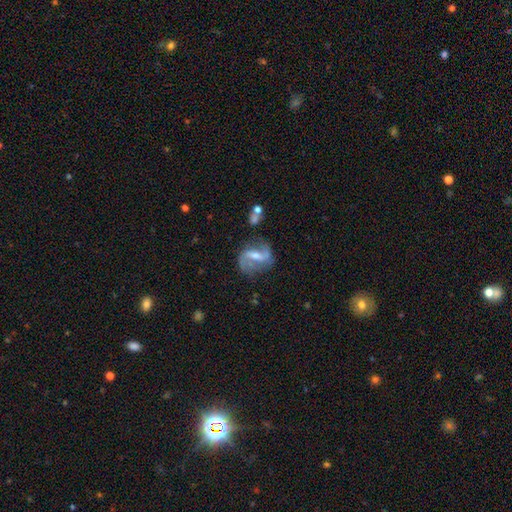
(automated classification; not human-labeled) Smooth or featured? Predicted: featured or disk (p=0.81). Edge-on disk? Predicted: no (p=0.96). Bar? Predicted: strong (p=0.45). Spiral arms? Predicted: yes (p=0.91). Spiral winding? Predicted: loose (p=0.56). Spiral arm count? Predicted: 2 (p=0.88). Bulge size? Predicted: moderate (p=0.49). Merging? Predicted: none (p=0.66).